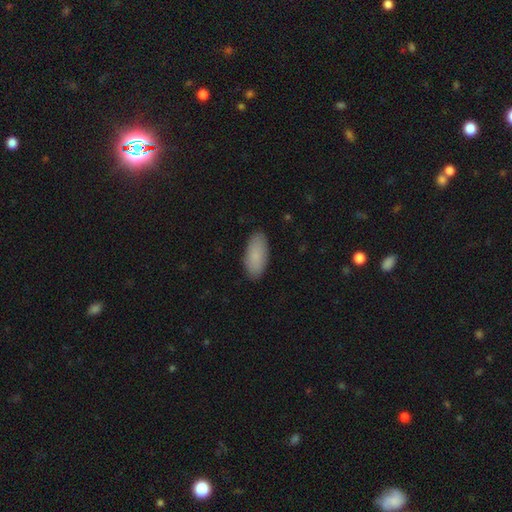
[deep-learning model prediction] Smooth or featured? smooth (87%)
How rounded? in between (90%)
Merging? none (88%)